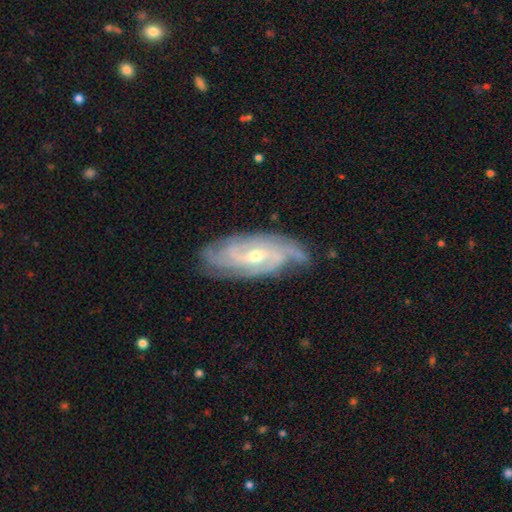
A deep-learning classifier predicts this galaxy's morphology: Q: Smooth or featured?
A: featured or disk (89%); runner-up: smooth (6%)
Q: Edge-on disk?
A: no (92%); runner-up: yes (8%)
Q: Bar?
A: no (41%); tied with: weak (41%)
Q: Spiral arms?
A: yes (98%); runner-up: no (2%)
Q: Spiral winding?
A: tight (63%); runner-up: medium (31%)
Q: Spiral arm count?
A: 3 (28%); runner-up: 4 (27%)
Q: Bulge size?
A: moderate (49%); runner-up: small (48%)
Q: Merging?
A: none (77%); runner-up: minor disturbance (18%)